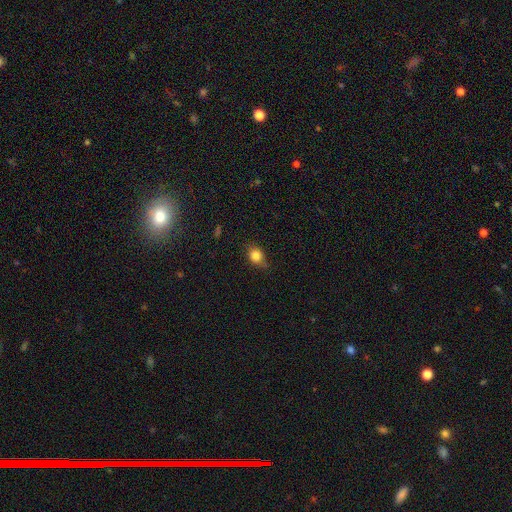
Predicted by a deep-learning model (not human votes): Smooth or featured: smooth — 83% (star or artifact — 10%)
How rounded: in between — 51% (round — 48%)
Merging: none — 70% (minor disturbance — 24%)